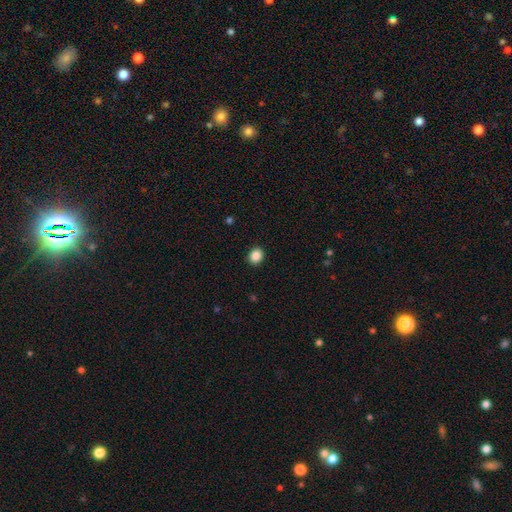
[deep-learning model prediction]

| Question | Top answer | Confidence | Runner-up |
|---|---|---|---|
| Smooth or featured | smooth | 87% | star or artifact (9%) |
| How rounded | round | 65% | in between (34%) |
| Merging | none | 92% | minor disturbance (6%) |